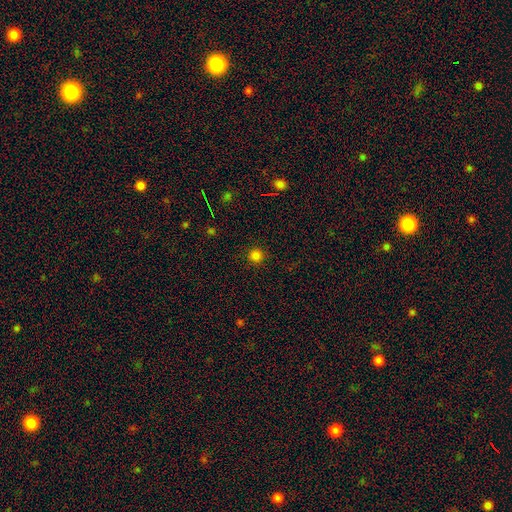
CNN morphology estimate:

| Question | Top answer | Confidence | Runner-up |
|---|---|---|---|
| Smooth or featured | smooth | 81% | star or artifact (16%) |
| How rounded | round | 95% | in between (4%) |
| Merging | none | 91% | minor disturbance (6%) |